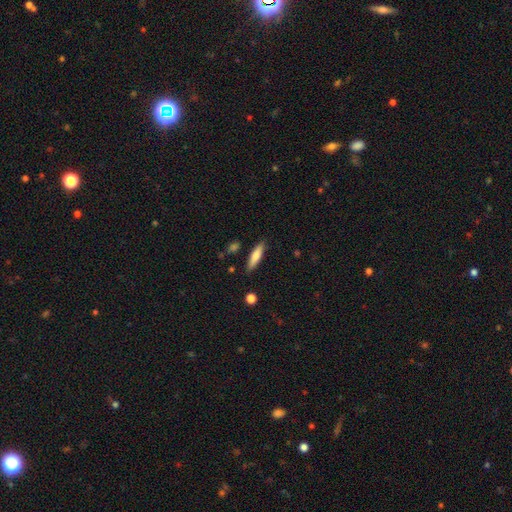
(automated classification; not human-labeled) The model was most divided on "smooth or featured": smooth: 69%, featured or disk: 25%, star or artifact: 6%. More confident: merging — none (86%); how rounded — cigar-shaped (75%).